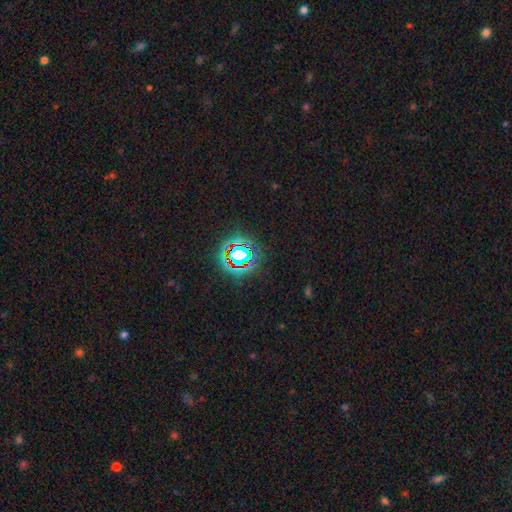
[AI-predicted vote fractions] smooth_or_featured: star or artifact (p=0.77) [alt: smooth p=0.15]